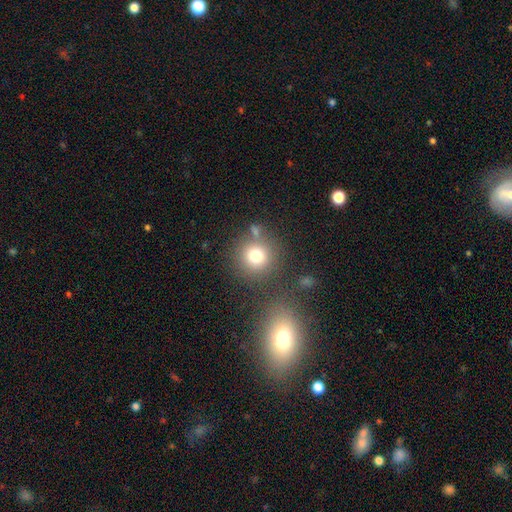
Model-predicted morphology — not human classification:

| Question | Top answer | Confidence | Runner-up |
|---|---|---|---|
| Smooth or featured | smooth | 77% | star or artifact (13%) |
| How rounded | round | 92% | in between (8%) |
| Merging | none | 73% | merger (11%) |